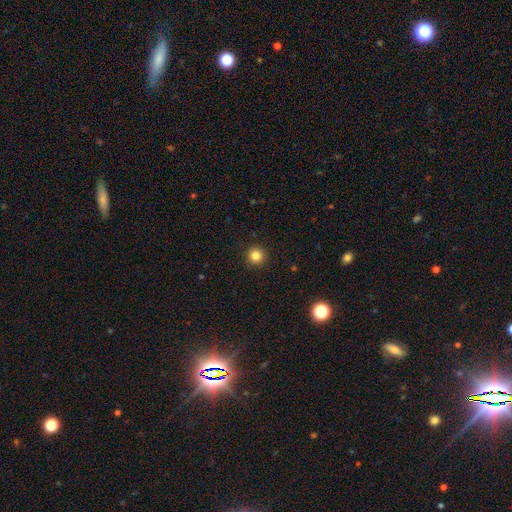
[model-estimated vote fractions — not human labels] A smooth galaxy with no disk features (84%) that is round (96%).

Vote fractions:
- Smooth or featured? smooth: 84% / star or artifact: 12% / featured or disk: 4%
- How rounded? round: 96% / in between: 3% / cigar-shaped: 1%
- Merging? none: 92% / minor disturbance: 5% / major disturbance: 2% / merger: 1%